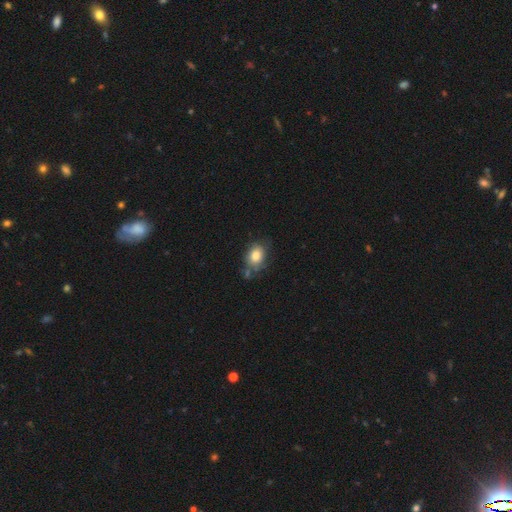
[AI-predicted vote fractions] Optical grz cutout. It shows a smooth galaxy with no disk features (81%) that is in between round and cigar-shaped (63%). Merging: none (60%).